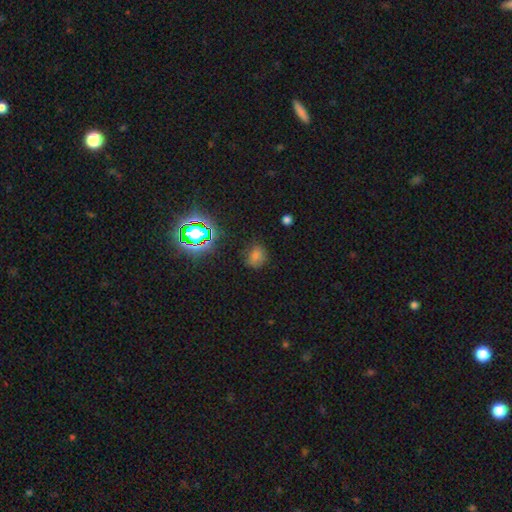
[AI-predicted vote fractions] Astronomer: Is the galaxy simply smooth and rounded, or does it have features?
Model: smooth — 58% (runner-up: star or artifact, 34%).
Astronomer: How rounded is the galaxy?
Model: round — 65%.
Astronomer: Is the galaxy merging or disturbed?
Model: none — 79%.